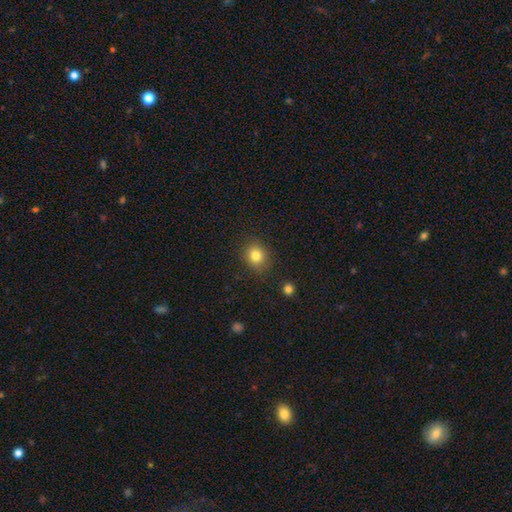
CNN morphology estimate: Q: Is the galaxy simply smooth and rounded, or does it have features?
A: smooth — 82%.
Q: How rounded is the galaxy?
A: round — 72%.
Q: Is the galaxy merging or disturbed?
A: none — 86%.